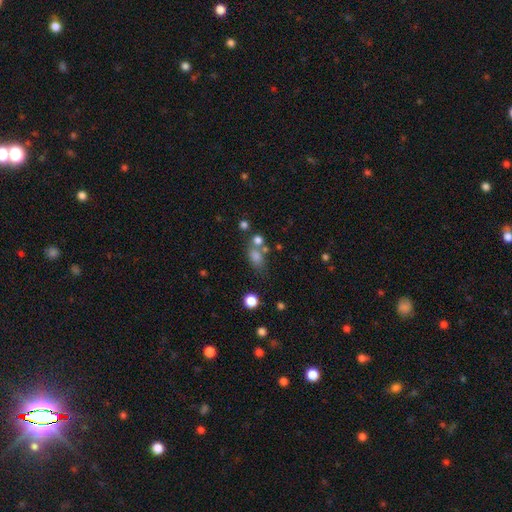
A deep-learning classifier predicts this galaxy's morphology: Smooth or featured: smooth — 74% (star or artifact — 15%)
How rounded: in between — 69% (round — 28%)
Merging: none — 50% (merger — 27%)